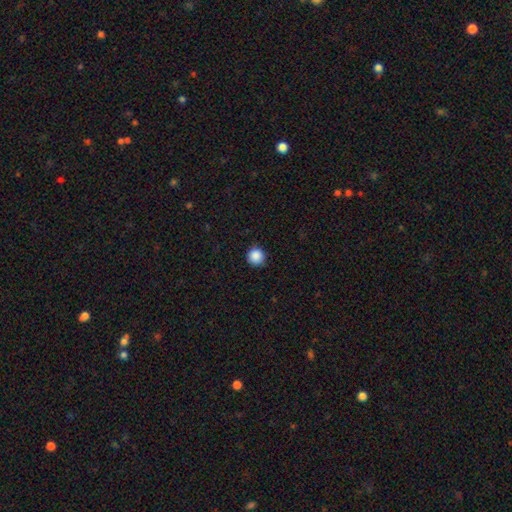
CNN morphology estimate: Overall: smooth (88%). How rounded: round (95%). Merging: none (89%).